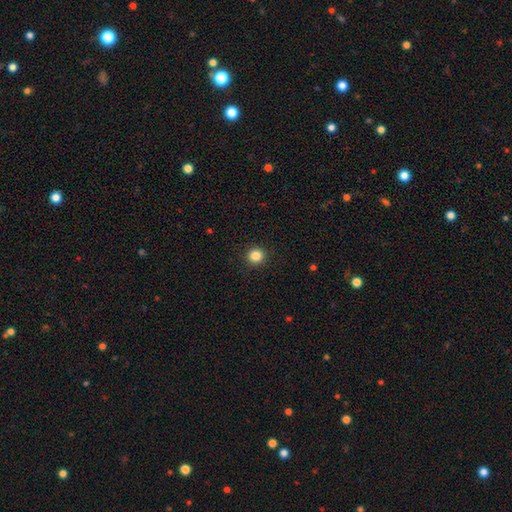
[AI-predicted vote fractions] Smooth or featured?
  - smooth: 85% *
  - star or artifact: 11%
  - featured or disk: 4%
How rounded?
  - round: 94% *
  - in between: 5%
  - cigar-shaped: 1%
Merging?
  - none: 93% *
  - minor disturbance: 5%
  - major disturbance: 2%
  - merger: 1%